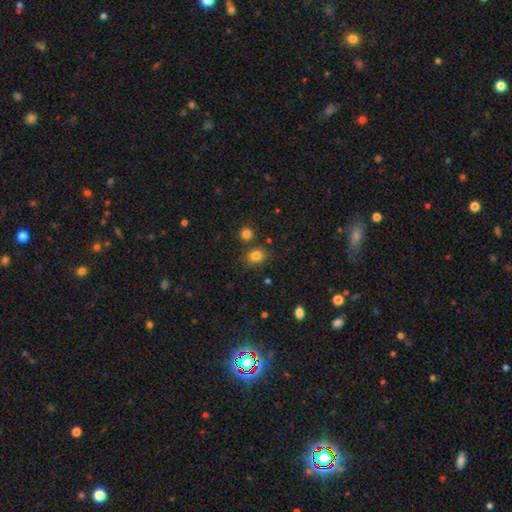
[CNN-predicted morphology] A smooth galaxy with no disk features (82%) that is round (52%).

Vote fractions:
- Smooth or featured? smooth: 82% / star or artifact: 12% / featured or disk: 6%
- How rounded? round: 52% / in between: 47% / cigar-shaped: 1%
- Merging? none: 75% / minor disturbance: 12% / merger: 9% / major disturbance: 4%